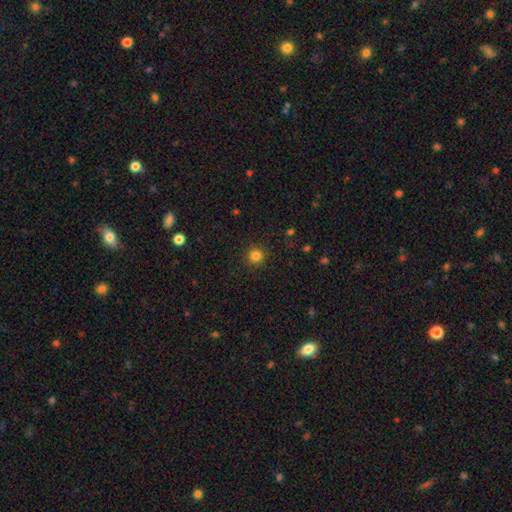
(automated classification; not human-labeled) Smooth or featured: smooth — 83% (star or artifact — 13%)
How rounded: round — 95% (in between — 4%)
Merging: none — 92% (minor disturbance — 5%)